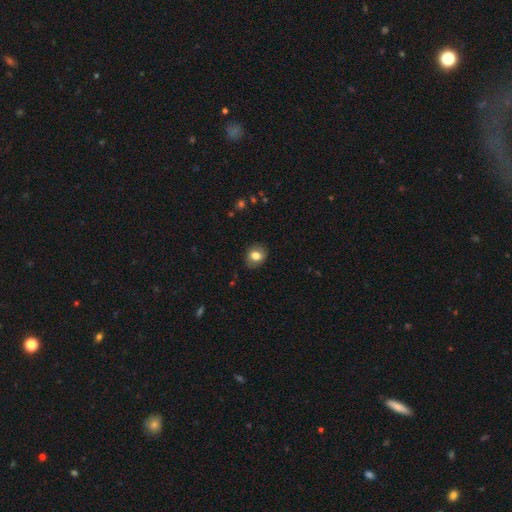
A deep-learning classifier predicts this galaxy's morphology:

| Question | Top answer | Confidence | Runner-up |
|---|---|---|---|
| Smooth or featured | smooth | 79% | featured or disk (12%) |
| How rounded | round | 61% | in between (38%) |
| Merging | none | 84% | minor disturbance (12%) |